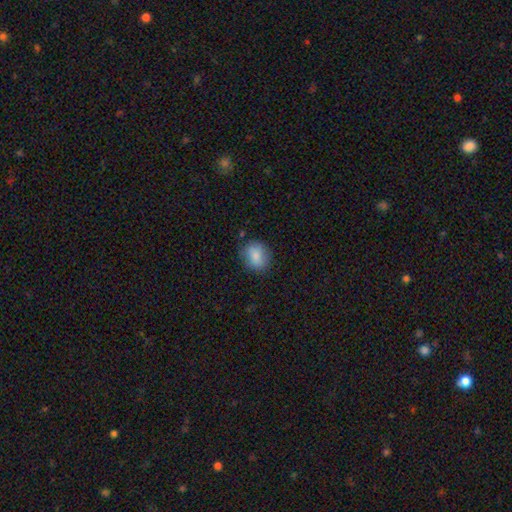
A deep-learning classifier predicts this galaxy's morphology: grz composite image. It shows a smooth galaxy with no disk features (85%) that is round (63%). Merging: none (82%).